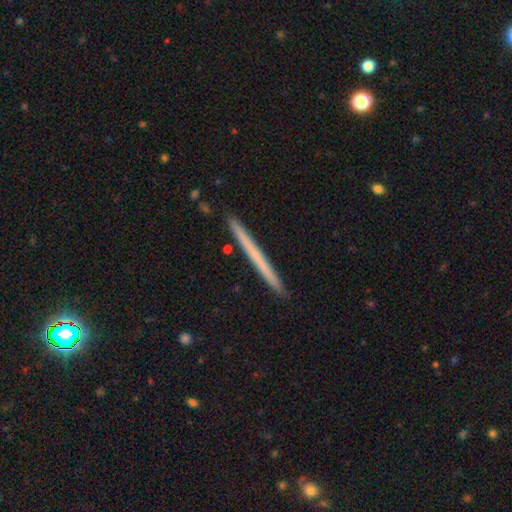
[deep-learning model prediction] Smooth or featured: smooth — 47% (featured or disk — 46%)
Merging: none — 92% (minor disturbance — 6%)